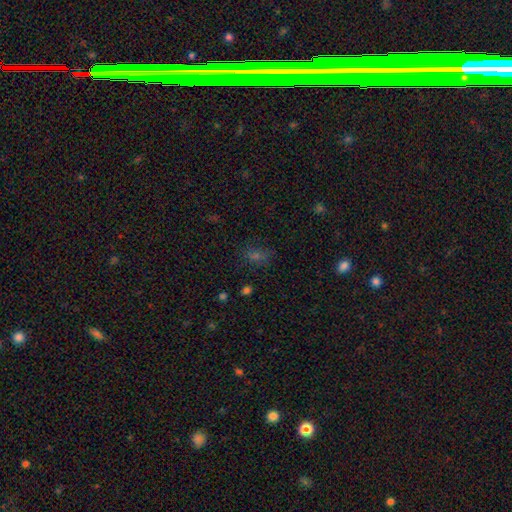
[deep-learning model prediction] A smooth galaxy with no disk features (49%). Merging: none (77%).